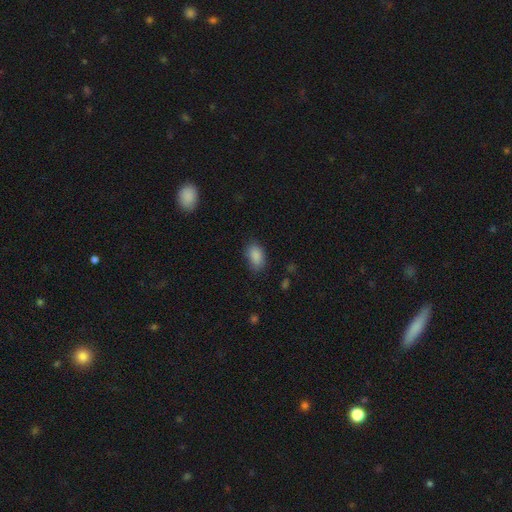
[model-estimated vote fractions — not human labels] Smooth or featured: smooth — 88% (star or artifact — 8%)
How rounded: in between — 90% (round — 8%)
Merging: none — 78% (minor disturbance — 17%)